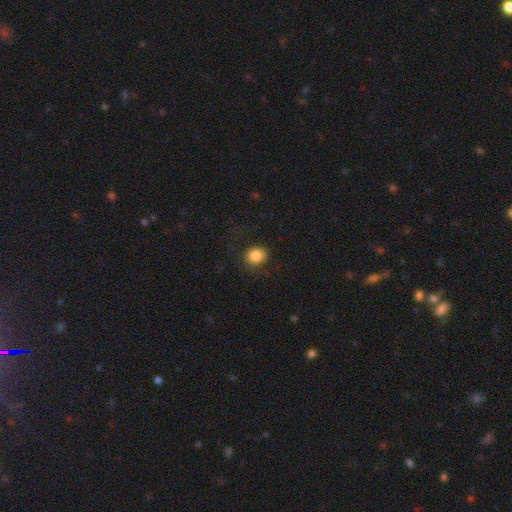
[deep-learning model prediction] A smooth galaxy with no disk features (85%) that is round (75%). Merging: none (79%).